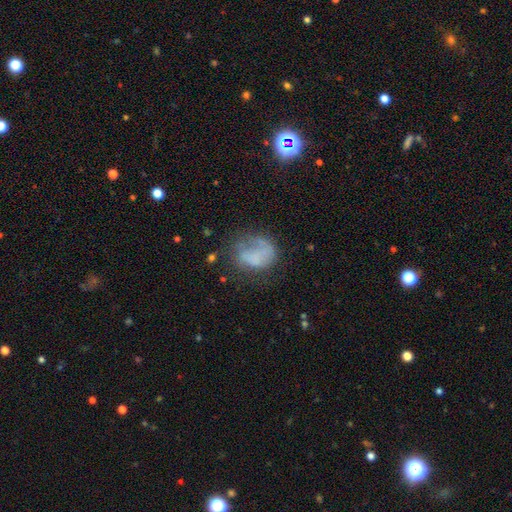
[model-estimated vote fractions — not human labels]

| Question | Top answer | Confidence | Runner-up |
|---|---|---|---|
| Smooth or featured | smooth | 51% | featured or disk (37%) |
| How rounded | in between | 52% | round (46%) |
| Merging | major disturbance | 35% | tied: none (35%) |